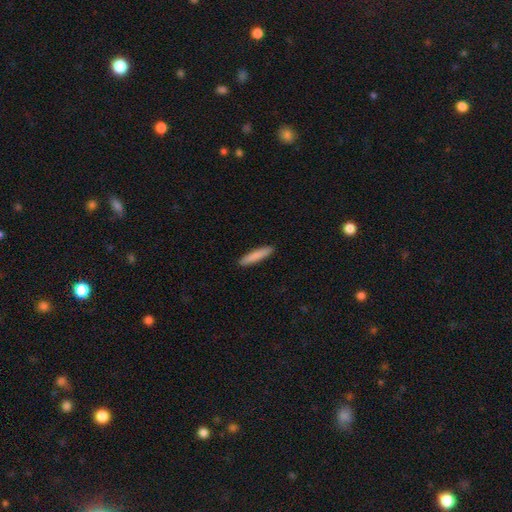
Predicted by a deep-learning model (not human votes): Smooth or featured?
  - smooth: 85% *
  - featured or disk: 10%
  - star or artifact: 5%
How rounded?
  - cigar-shaped: 90% *
  - in between: 9%
  - round: 1%
Merging?
  - none: 92% *
  - minor disturbance: 6%
  - major disturbance: 1%
  - merger: 1%